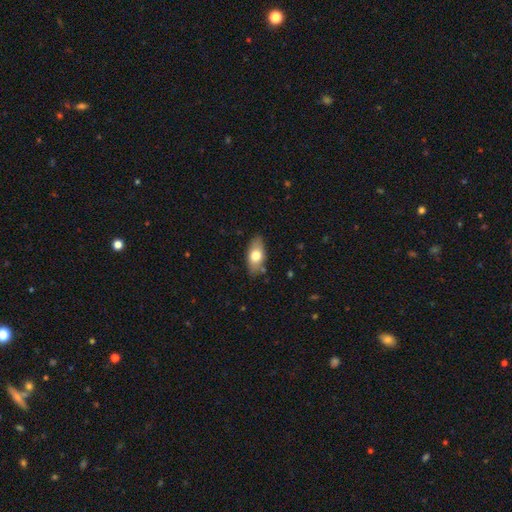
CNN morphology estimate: This is likely a smooth galaxy (70%). How rounded: clearly in between (88%). Merging: clearly none (81%).